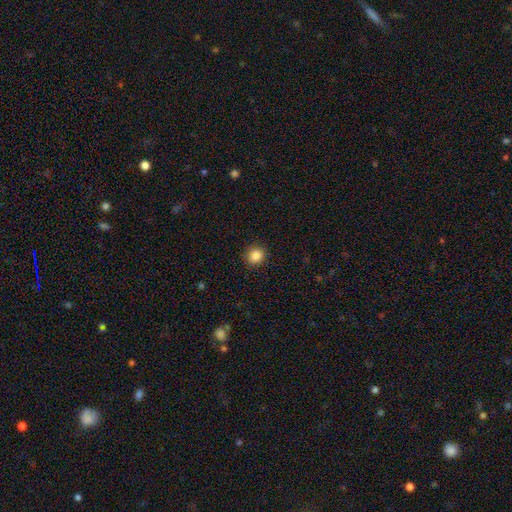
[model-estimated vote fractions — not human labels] A smooth galaxy with no disk features (86%) that is round (81%).

Vote fractions:
- Smooth or featured? smooth: 86% / star or artifact: 10% / featured or disk: 4%
- How rounded? round: 81% / in between: 18% / cigar-shaped: 1%
- Merging? none: 91% / minor disturbance: 6% / major disturbance: 2% / merger: 1%